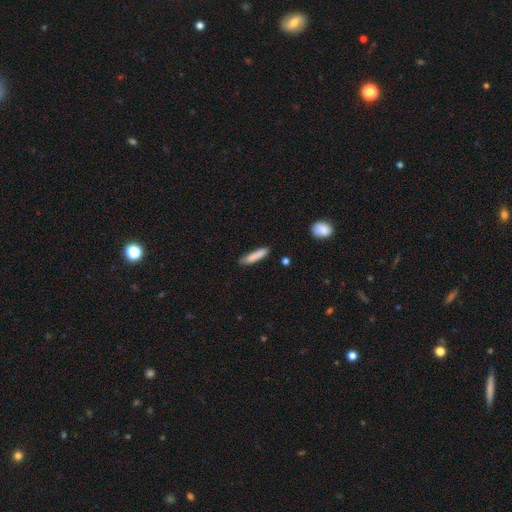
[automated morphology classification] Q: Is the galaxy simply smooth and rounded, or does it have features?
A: smooth — 83%.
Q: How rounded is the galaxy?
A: cigar-shaped — 87%.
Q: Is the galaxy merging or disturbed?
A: none — 80%.